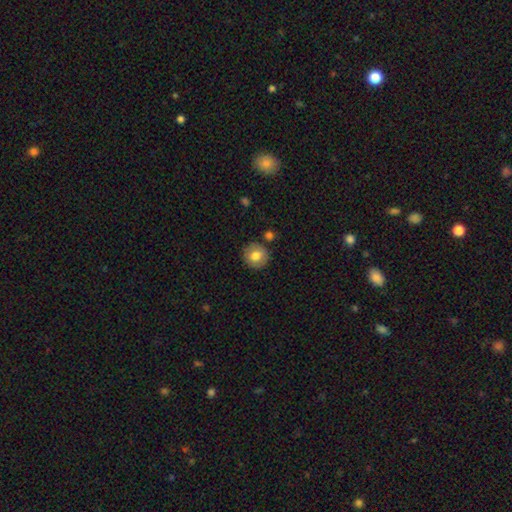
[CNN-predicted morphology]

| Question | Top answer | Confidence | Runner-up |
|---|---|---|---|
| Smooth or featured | smooth | 78% | featured or disk (13%) |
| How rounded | round | 92% | in between (7%) |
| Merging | none | 86% | minor disturbance (8%) |